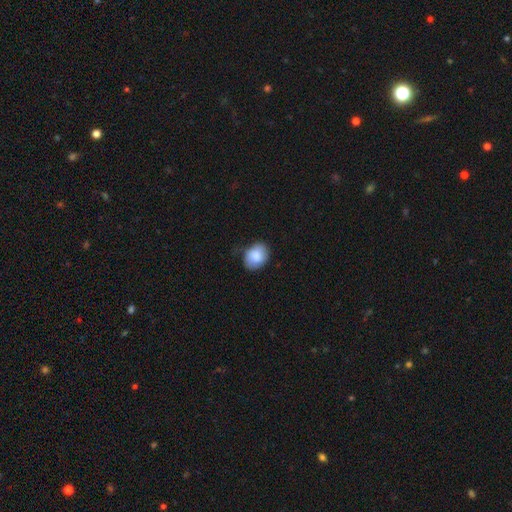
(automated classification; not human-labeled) This is clearly a smooth galaxy (84%). How rounded: likely in between (67%). Merging: likely none (70%).